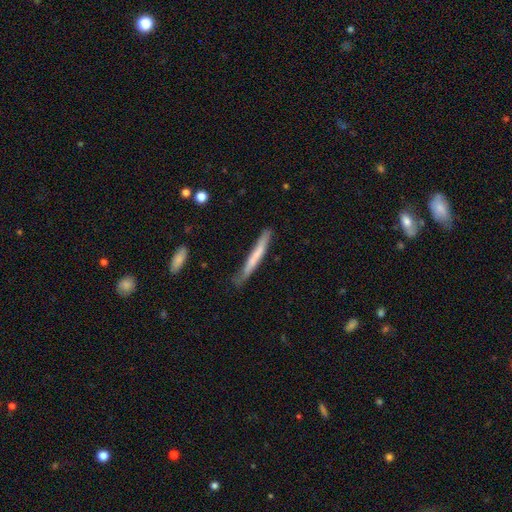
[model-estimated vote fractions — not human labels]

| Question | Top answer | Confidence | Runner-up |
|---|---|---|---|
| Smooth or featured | smooth | 58% | featured or disk (36%) |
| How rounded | cigar-shaped | 96% | in between (3%) |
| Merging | none | 71% | minor disturbance (22%) |